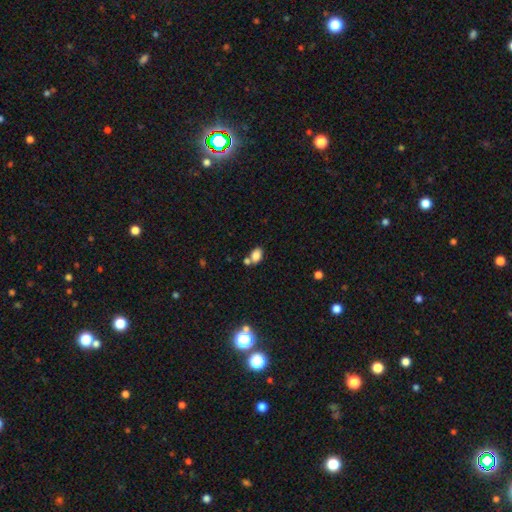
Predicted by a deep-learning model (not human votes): A smooth galaxy with no disk features (82%) that is in between round and cigar-shaped (81%).

Vote fractions:
- Smooth or featured? smooth: 82% / star or artifact: 10% / featured or disk: 7%
- How rounded? in between: 81% / round: 18% / cigar-shaped: 1%
- Merging? none: 48% / merger: 35% / minor disturbance: 12% / major disturbance: 4%